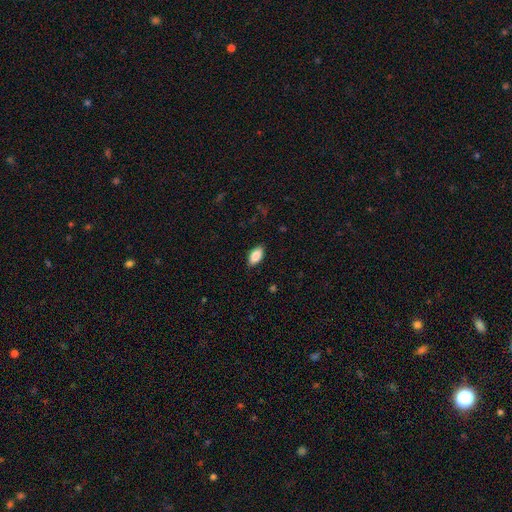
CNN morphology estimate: Smooth or featured: smooth — 88% (star or artifact — 7%)
How rounded: in between — 93% (cigar-shaped — 4%)
Merging: none — 88% (minor disturbance — 9%)